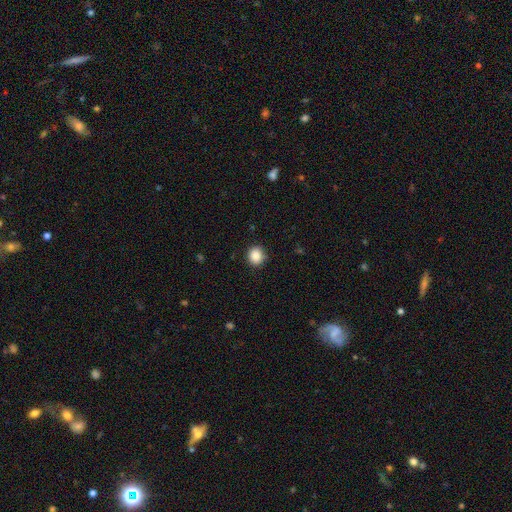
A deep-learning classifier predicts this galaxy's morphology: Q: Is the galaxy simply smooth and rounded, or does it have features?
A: smooth — 87%.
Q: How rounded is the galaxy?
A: round — 83%.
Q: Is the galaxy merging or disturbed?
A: none — 87%.